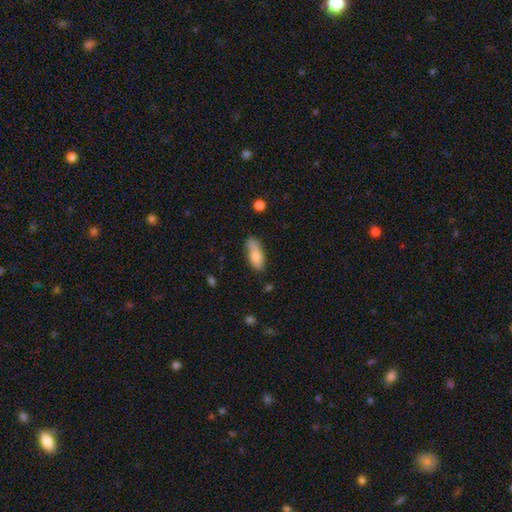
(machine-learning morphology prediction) Smooth or featured? Predicted: smooth (p=0.81). How rounded? Predicted: in between (p=0.77). Merging? Predicted: none (p=0.59).